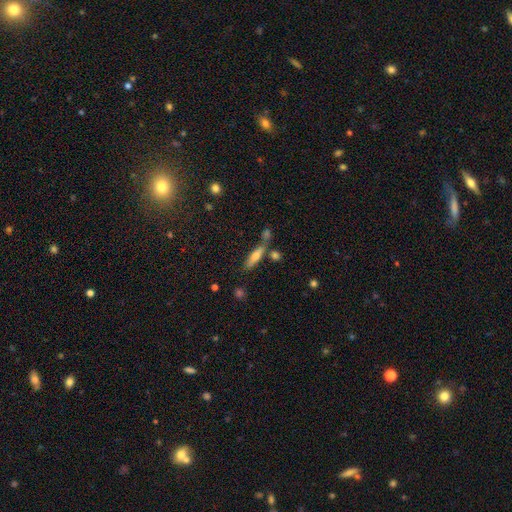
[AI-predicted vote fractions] Morphology: type=smooth (63%); roundness=cigar-shaped (74%); merging=none (62%).